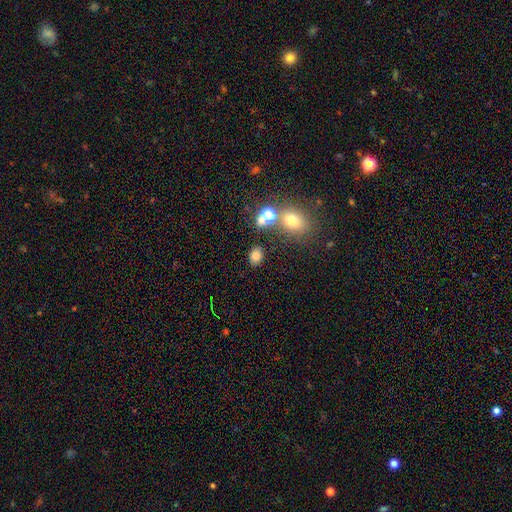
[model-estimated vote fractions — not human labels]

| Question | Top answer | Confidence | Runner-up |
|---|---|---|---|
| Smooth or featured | smooth | 77% | star or artifact (15%) |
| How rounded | in between | 63% | round (36%) |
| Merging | none | 78% | minor disturbance (10%) |